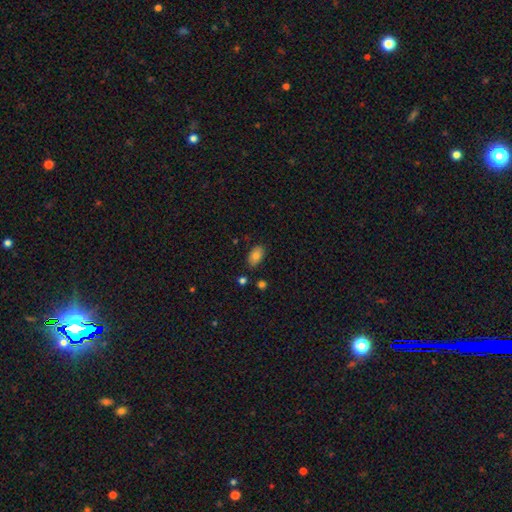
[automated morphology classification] The model was most divided on "smooth or featured": smooth: 79%, featured or disk: 12%, star or artifact: 8%. More confident: how rounded — in between (91%); merging — none (82%).